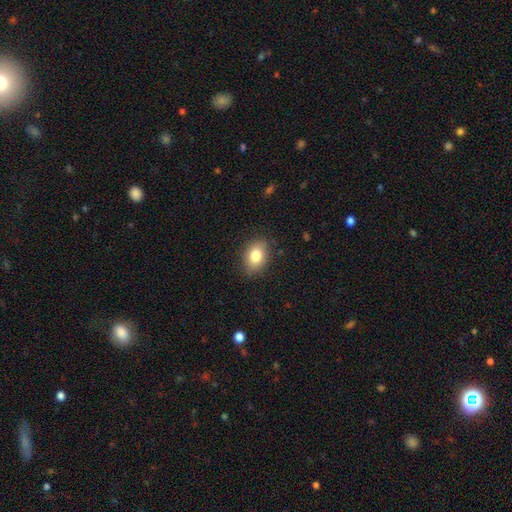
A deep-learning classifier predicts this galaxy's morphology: A smooth galaxy with no disk features (82%) that is in between round and cigar-shaped (76%). Merging: none (85%).